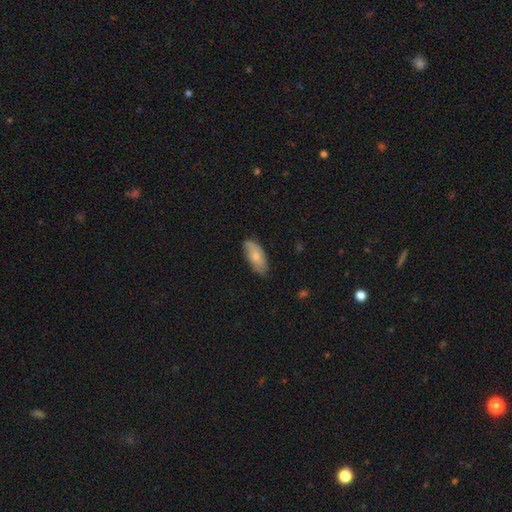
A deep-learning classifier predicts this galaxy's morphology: Q: Smooth or featured?
A: smooth (70%); runner-up: featured or disk (24%)
Q: How rounded?
A: in between (88%); runner-up: cigar-shaped (9%)
Q: Merging?
A: none (72%); runner-up: minor disturbance (23%)